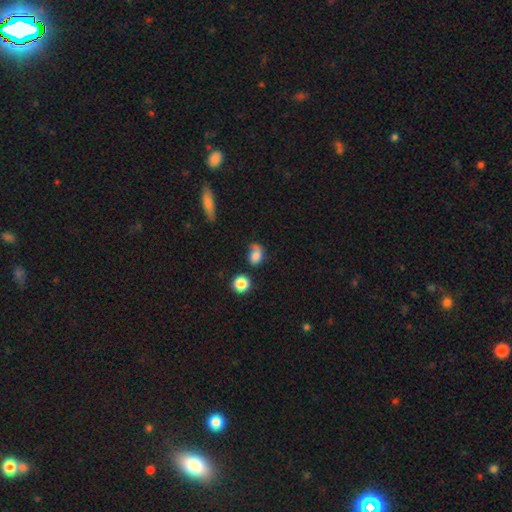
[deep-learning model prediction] smooth_or_featured: smooth (p=0.74) [alt: featured or disk p=0.14]
how_rounded: in between (p=0.56) [alt: round p=0.41]
merging: none (p=0.37) [alt: minor disturbance p=0.25]